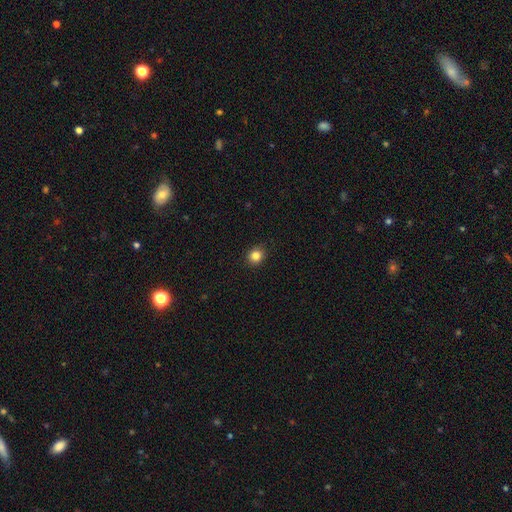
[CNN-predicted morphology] A smooth galaxy with no disk features (84%) that is round (82%). Merging: none (91%).